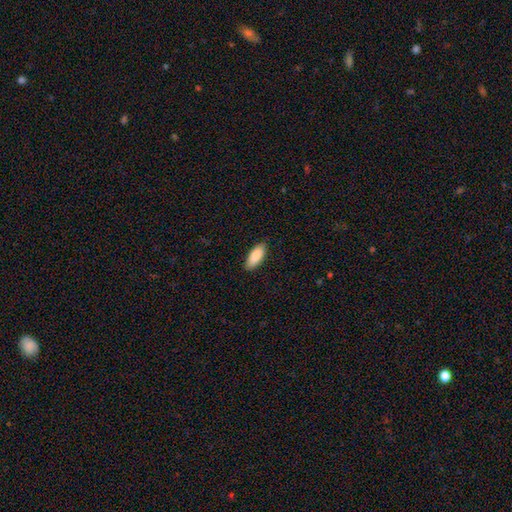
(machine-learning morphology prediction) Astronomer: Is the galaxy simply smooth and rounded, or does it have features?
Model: smooth — 88%.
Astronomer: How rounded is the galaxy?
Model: in between — 81%.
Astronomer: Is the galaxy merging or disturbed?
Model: none — 87%.